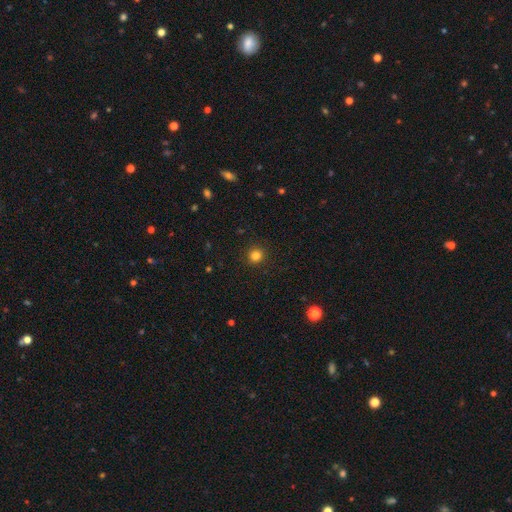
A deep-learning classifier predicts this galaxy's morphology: type=smooth (82%); roundness=round (93%); merging=none (92%).